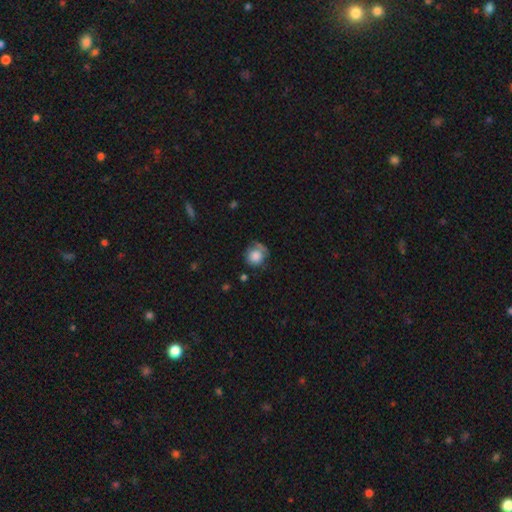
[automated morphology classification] Smooth or featured: smooth — 77% (featured or disk — 14%)
How rounded: round — 86% (in between — 13%)
Merging: none — 54% (minor disturbance — 25%)